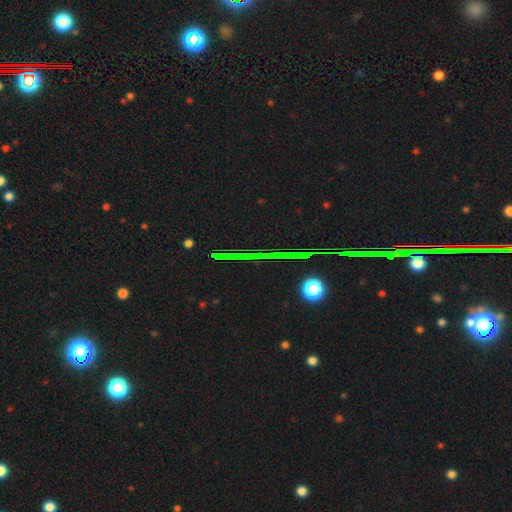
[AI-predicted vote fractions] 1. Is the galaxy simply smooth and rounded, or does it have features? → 80% star or artifact, 11% featured or disk, 9% smooth.